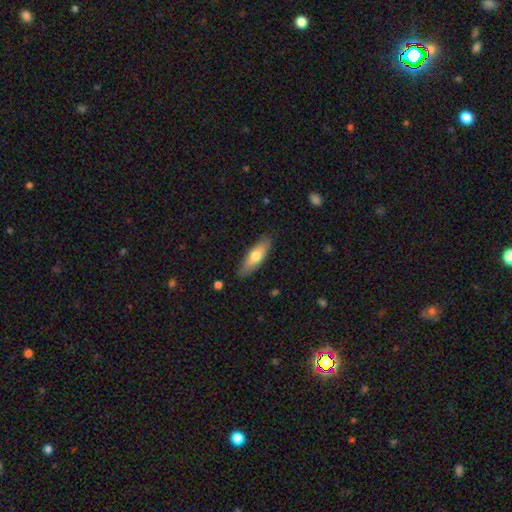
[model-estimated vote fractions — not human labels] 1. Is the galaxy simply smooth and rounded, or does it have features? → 67% smooth, 28% featured or disk, 6% star or artifact.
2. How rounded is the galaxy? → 53% in between, 44% cigar-shaped, 2% round.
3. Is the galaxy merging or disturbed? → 83% none, 13% minor disturbance, 2% major disturbance, 1% merger.